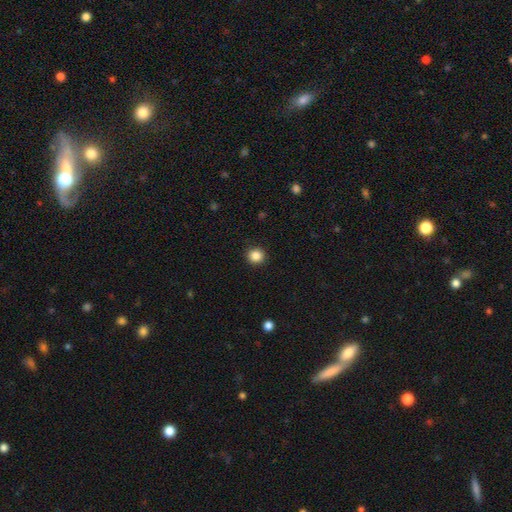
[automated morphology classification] Smooth or featured? smooth (86%)
How rounded? round (91%)
Merging? none (92%)